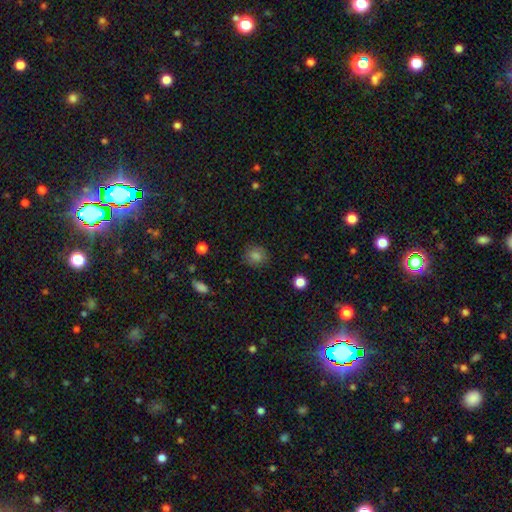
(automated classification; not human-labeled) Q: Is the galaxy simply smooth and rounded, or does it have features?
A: smooth — 78%.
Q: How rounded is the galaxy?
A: round — 87%.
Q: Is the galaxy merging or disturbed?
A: none — 87%.